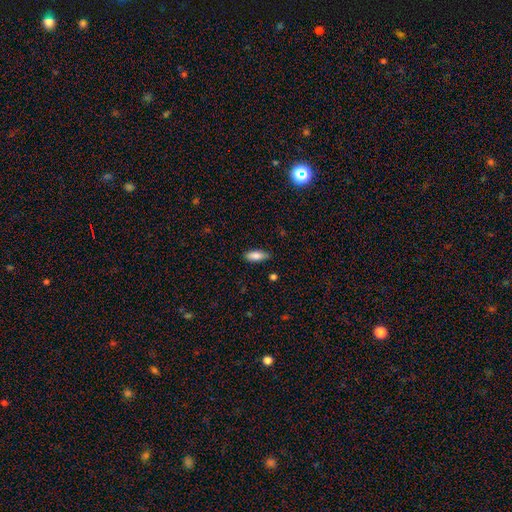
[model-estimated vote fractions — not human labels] Smooth or featured? Predicted: smooth (p=0.85). How rounded? Predicted: in between (p=0.78). Merging? Predicted: none (p=0.82).